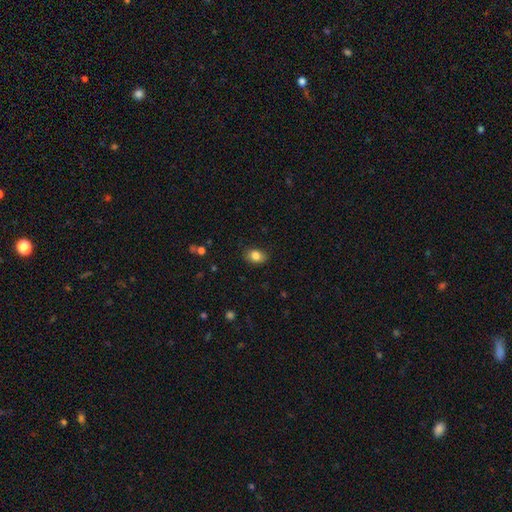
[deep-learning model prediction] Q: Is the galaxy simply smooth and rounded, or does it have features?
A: smooth — 84%.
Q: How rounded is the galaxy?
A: in between — 68%.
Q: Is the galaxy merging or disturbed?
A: none — 82%.